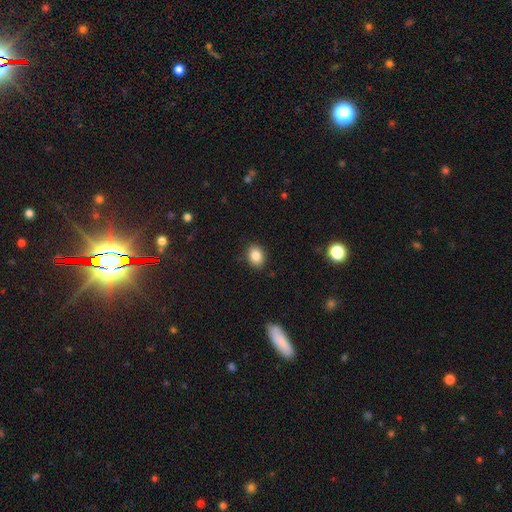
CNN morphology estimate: Overall: smooth (85%). How rounded: in between (61%; round 38%). Merging: none (87%).